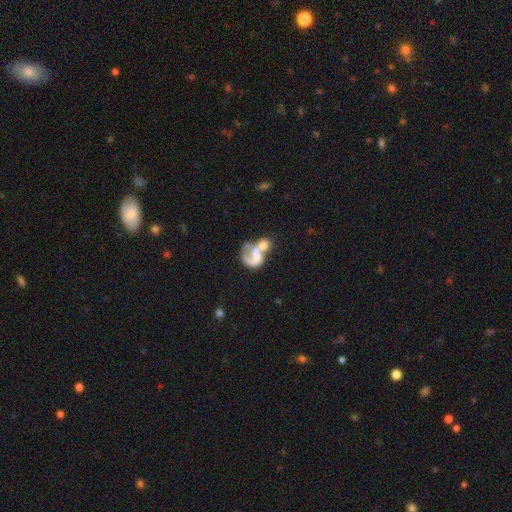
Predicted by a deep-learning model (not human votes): Overall: featured or disk (64%; smooth 27%). Edge-on disk: no (98%). Bar: no (60%; weak 27%). Spiral arms: yes (72%). Bulge size: none (42%; moderate 22%). Merging: merger (56%; major disturbance 20%).